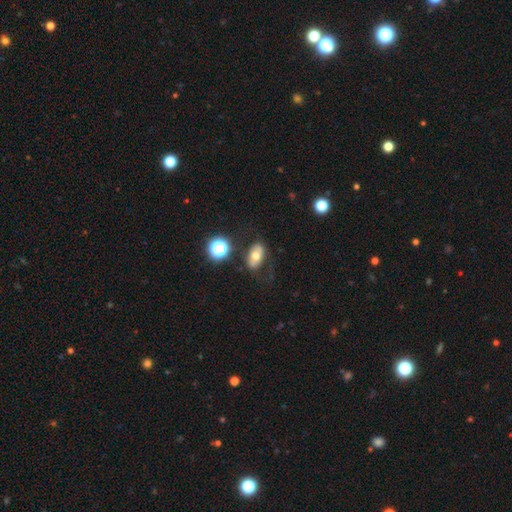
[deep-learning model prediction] smooth_or_featured: smooth (p=0.61) [alt: featured or disk p=0.27]
how_rounded: in between (p=0.88) [alt: round p=0.10]
merging: none (p=0.69) [alt: minor disturbance p=0.17]